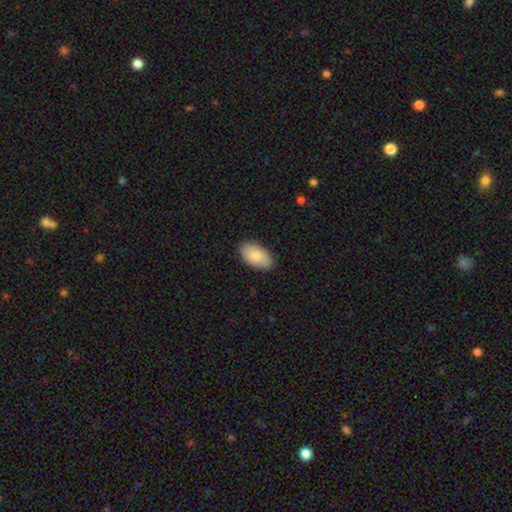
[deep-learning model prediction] Overall: smooth (82%). How rounded: in between (95%). Merging: none (87%).